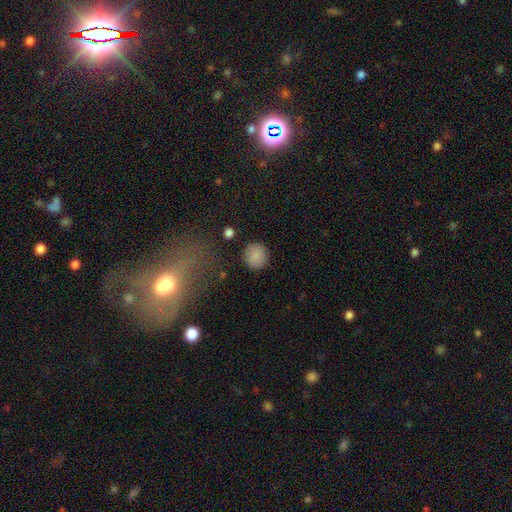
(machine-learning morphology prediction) Q: Smooth or featured?
A: smooth (87%); runner-up: star or artifact (8%)
Q: How rounded?
A: round (88%); runner-up: in between (11%)
Q: Merging?
A: none (88%); runner-up: minor disturbance (8%)